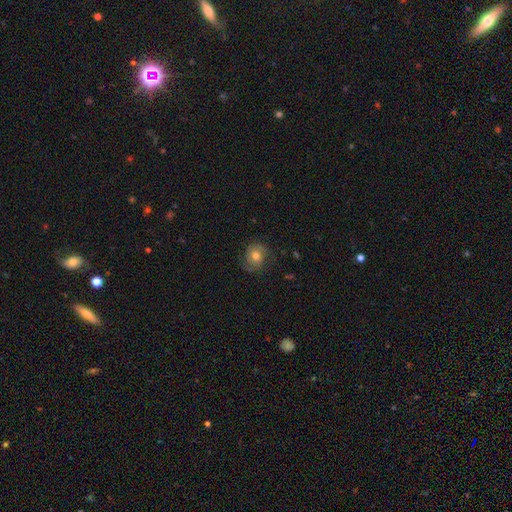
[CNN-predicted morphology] smooth-or-featured: smooth: 45% (tied) | featured or disk: 45% (tied) | star or artifact: 10%
  merging: none: 73% | minor disturbance: 18% | major disturbance: 8% | merger: 1%